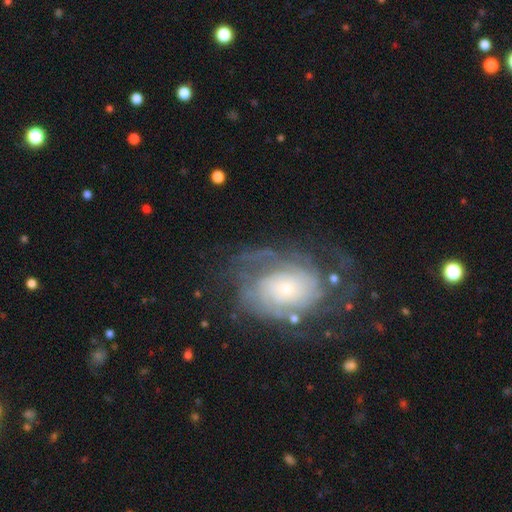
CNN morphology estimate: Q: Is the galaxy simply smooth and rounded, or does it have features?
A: featured or disk — 71%.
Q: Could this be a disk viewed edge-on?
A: no — 96%.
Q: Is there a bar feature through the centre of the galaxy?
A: no — 75%.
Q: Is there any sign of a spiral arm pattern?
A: yes — 84%.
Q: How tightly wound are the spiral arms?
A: tight — 62%.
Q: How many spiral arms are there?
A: can't tell — 52%.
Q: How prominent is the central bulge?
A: small — 50%.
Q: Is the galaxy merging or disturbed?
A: none — 68%.